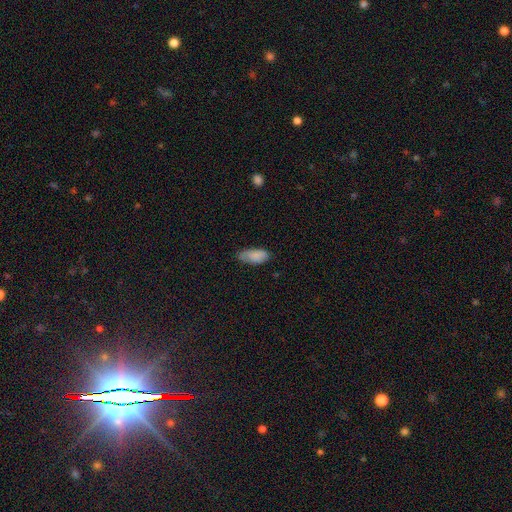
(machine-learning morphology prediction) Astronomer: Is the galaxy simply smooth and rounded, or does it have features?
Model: smooth — 84%.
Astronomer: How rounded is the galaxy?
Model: in between — 88%.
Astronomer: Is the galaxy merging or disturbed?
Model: none — 68%.